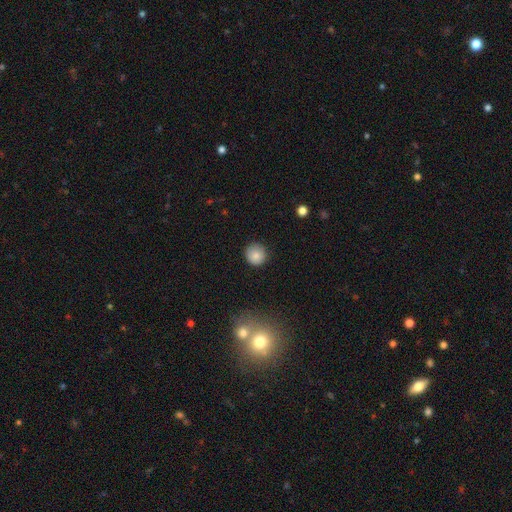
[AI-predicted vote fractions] A smooth galaxy with no disk features (83%) that is round (93%).

Vote fractions:
- Smooth or featured? smooth: 83% / star or artifact: 10% / featured or disk: 7%
- How rounded? round: 93% / in between: 6% / cigar-shaped: 1%
- Merging? none: 87% / minor disturbance: 10% / major disturbance: 2% / merger: 1%